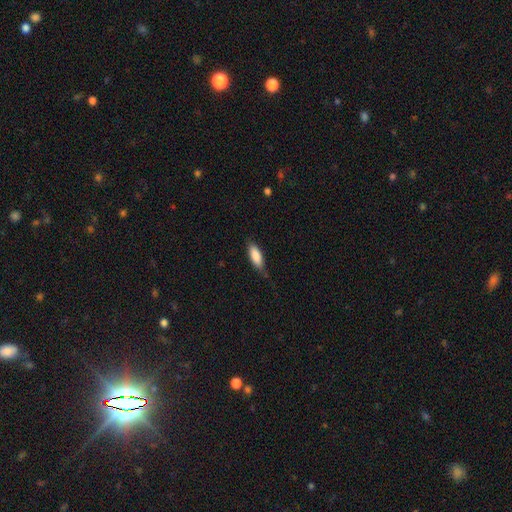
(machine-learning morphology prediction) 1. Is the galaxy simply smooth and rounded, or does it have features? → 85% smooth, 10% featured or disk, 6% star or artifact.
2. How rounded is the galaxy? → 69% in between, 29% cigar-shaped, 2% round.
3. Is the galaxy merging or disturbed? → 71% none, 23% minor disturbance, 5% major disturbance, 1% merger.